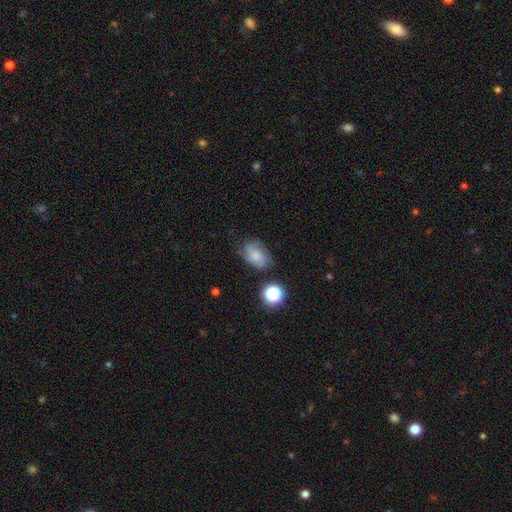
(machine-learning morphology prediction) This is possibly a smooth galaxy (52%). How rounded: likely in between (76%). Merging: likely none (61%).